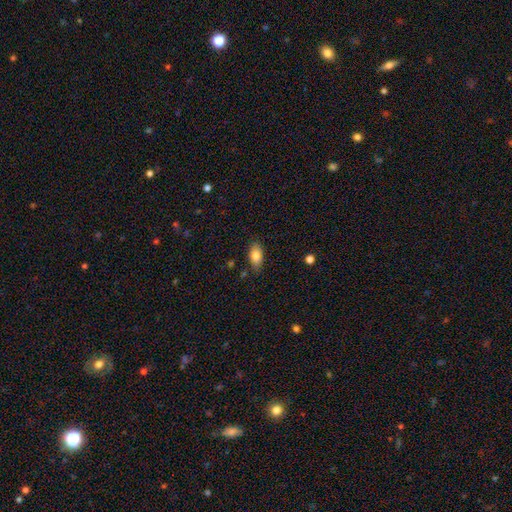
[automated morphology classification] smooth_or_featured: smooth (p=0.82) [alt: featured or disk p=0.10]
how_rounded: in between (p=0.90) [alt: cigar-shaped p=0.06]
merging: none (p=0.82) [alt: minor disturbance p=0.13]